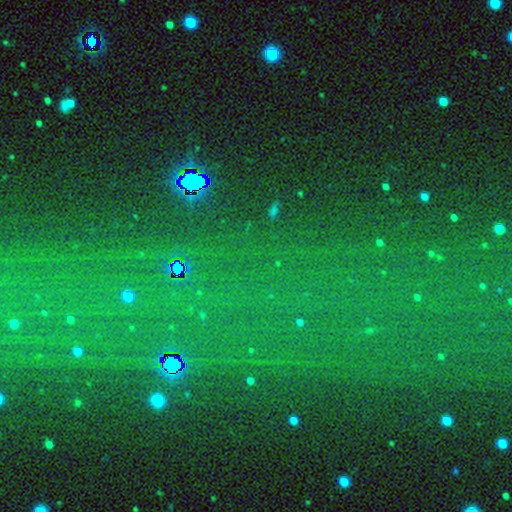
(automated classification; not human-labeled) Smooth or featured? star or artifact (81%)